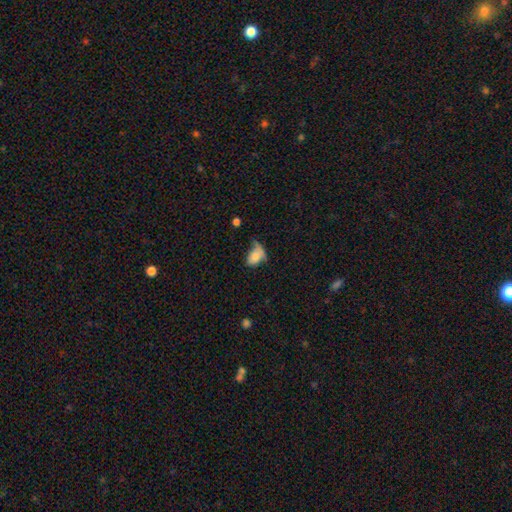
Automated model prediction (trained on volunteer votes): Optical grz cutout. It shows a smooth galaxy with no disk features (73%) that is in between round and cigar-shaped (85%). Merging: major disturbance (32%).